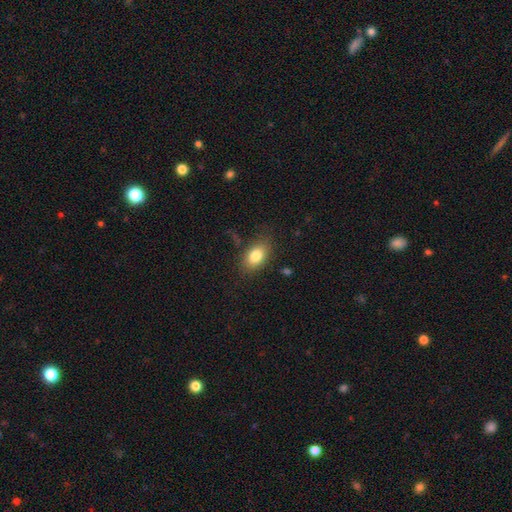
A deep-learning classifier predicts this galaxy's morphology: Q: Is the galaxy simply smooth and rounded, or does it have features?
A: smooth — 81%.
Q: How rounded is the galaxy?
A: in between — 85%.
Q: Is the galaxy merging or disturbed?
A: none — 79%.